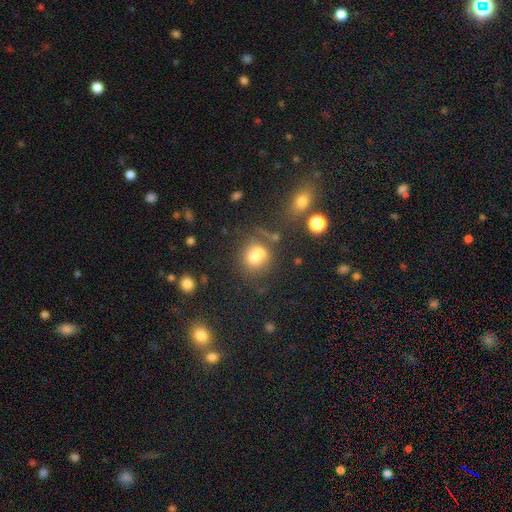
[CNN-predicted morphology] smooth_or_featured: smooth (p=0.67) [alt: featured or disk p=0.19]
how_rounded: round (p=0.79) [alt: in between p=0.20]
merging: merger (p=0.42) [alt: none p=0.38]